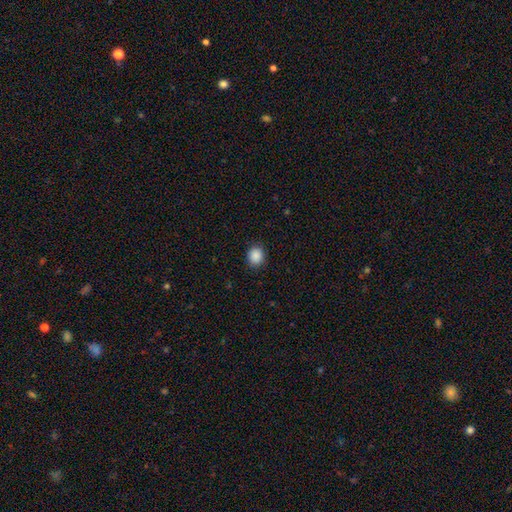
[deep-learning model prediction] Smooth or featured? Predicted: smooth (p=0.89). How rounded? Predicted: round (p=0.75). Merging? Predicted: none (p=0.87).